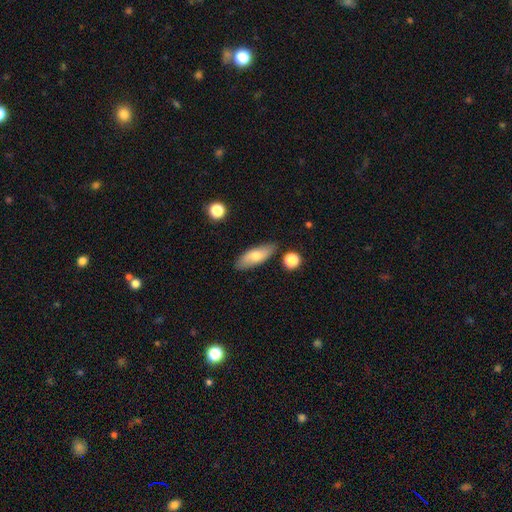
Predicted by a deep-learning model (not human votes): smooth-or-featured: smooth: 70% | featured or disk: 24% | star or artifact: 6%
  how-rounded: in between: 72% | cigar-shaped: 25% | round: 3%
  merging: none: 84% | minor disturbance: 11% | merger: 3% | major disturbance: 2%